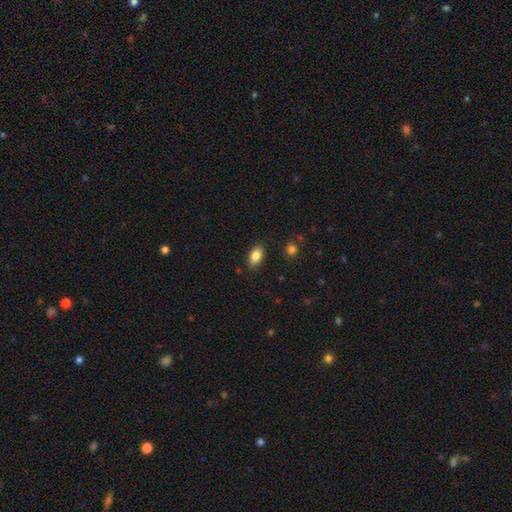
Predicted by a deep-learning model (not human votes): This is clearly a smooth galaxy (85%). How rounded: clearly in between (90%). Merging: clearly none (86%).